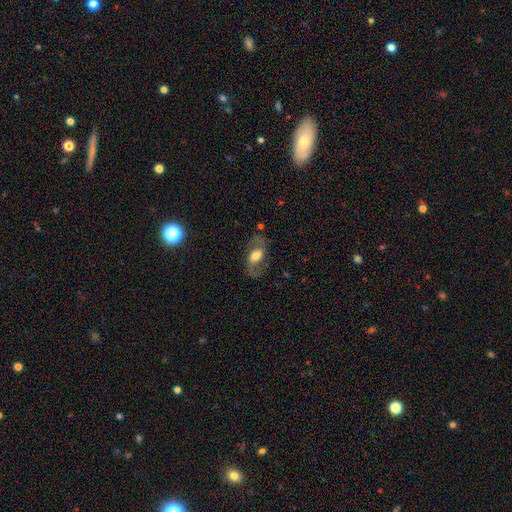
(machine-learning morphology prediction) This is likely a featured or disk galaxy (62%). It is clearly not viewed edge-on (92%). Bar: marginally no (40%, tied with weak). Spiral arm pattern: likely yes (72%). Central bulge: marginally large (43%). Merging: likely none (70%).